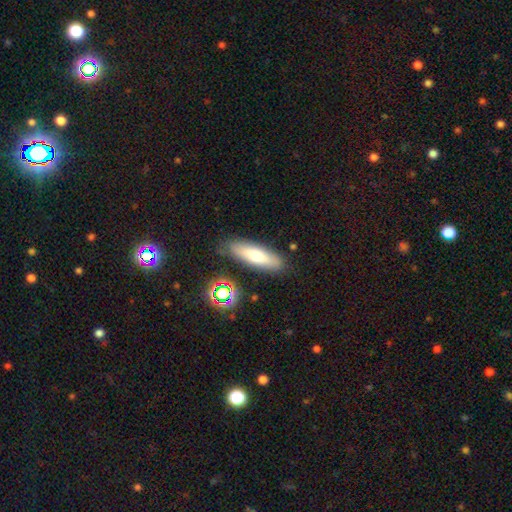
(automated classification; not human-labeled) Overall: smooth (63%; featured or disk 28%). How rounded: cigar-shaped (56%; in between 42%). Merging: none (83%).